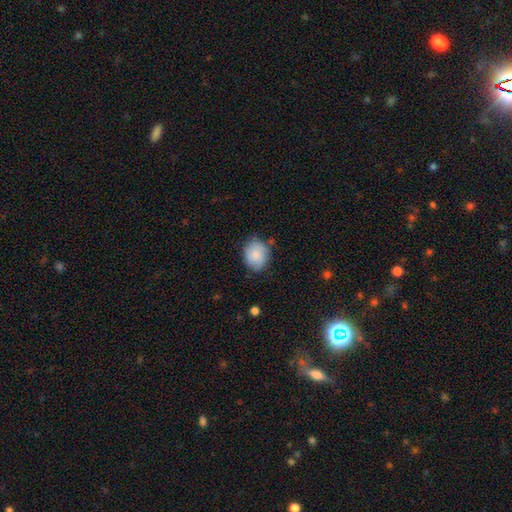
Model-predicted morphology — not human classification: This appears to be a smooth galaxy with no disk features (84%) that is round (56%). Merging: none (74%).